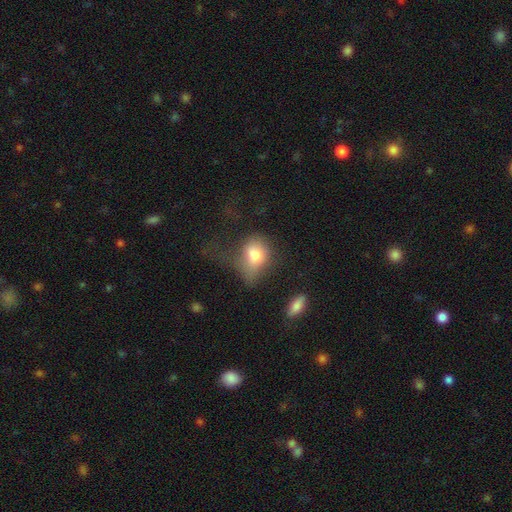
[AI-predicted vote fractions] This is likely a smooth galaxy (73%). How rounded: likely in between (63%). Merging: possibly major disturbance (47%).